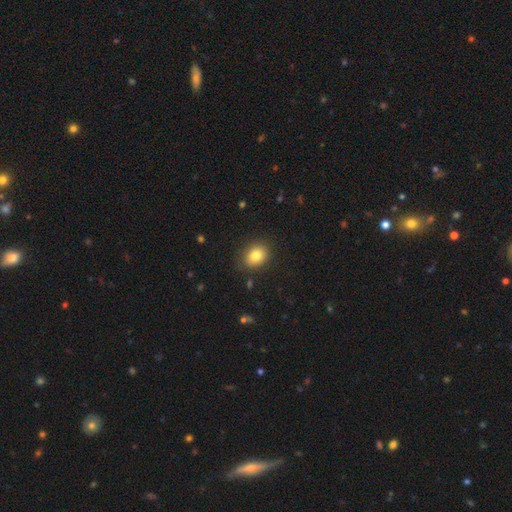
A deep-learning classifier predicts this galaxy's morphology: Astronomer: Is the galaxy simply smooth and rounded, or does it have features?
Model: smooth — 82%.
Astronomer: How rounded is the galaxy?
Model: in between — 57% (runner-up: round, 42%).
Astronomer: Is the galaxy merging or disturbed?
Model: none — 85%.